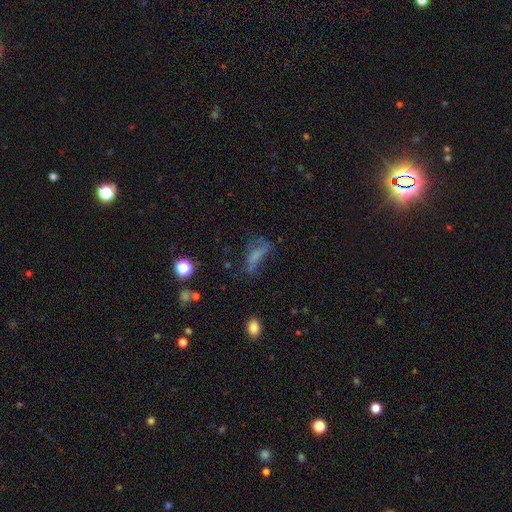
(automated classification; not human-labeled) smooth_or_featured: smooth (p=0.48) [alt: featured or disk p=0.32]
merging: none (p=0.38) [alt: major disturbance p=0.33]